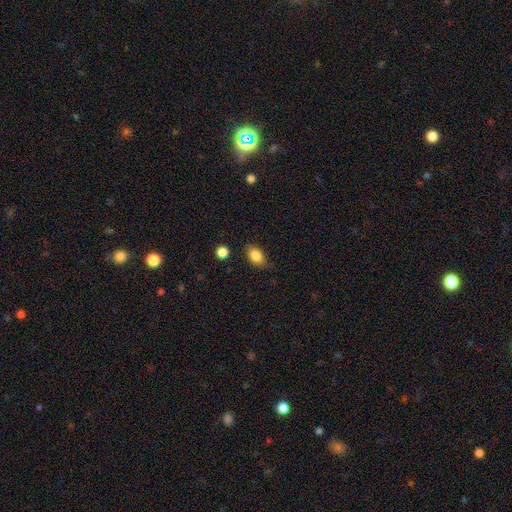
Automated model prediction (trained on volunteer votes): This appears to be a smooth galaxy with no disk features (85%) that is in between round and cigar-shaped (85%). Merging: none (76%).